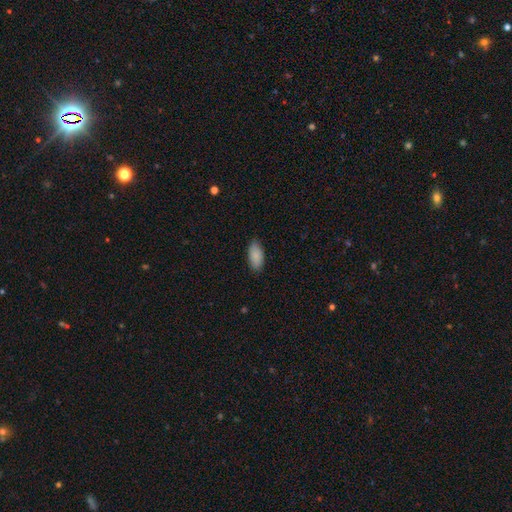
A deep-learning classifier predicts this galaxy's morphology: Overall: smooth (87%). How rounded: in between (92%). Merging: none (85%).